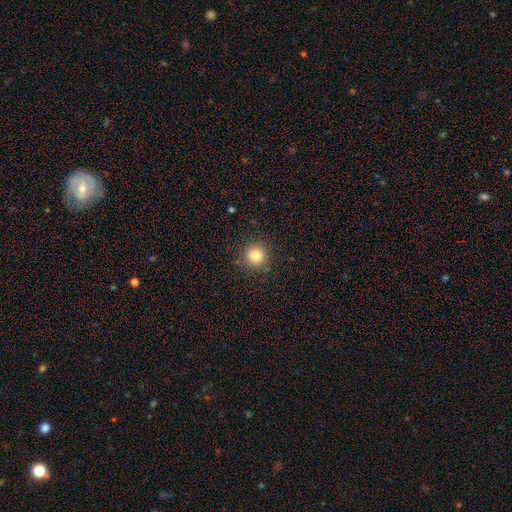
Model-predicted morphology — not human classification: The model was most divided on "smooth or featured": smooth: 83%, star or artifact: 12%, featured or disk: 5%. More confident: how rounded — round (93%); merging — none (88%).